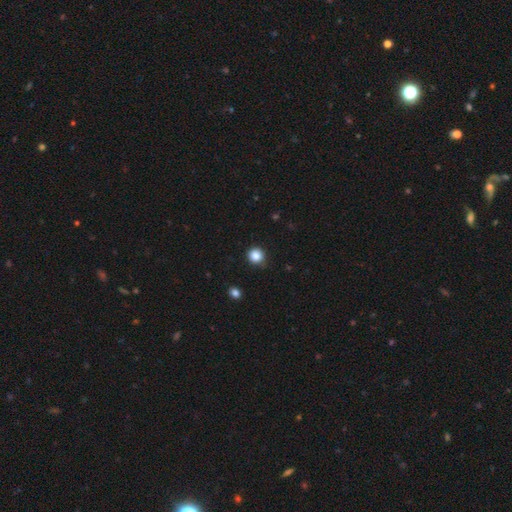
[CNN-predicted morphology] A smooth galaxy with no disk features (85%) that is round (91%).

Vote fractions:
- Smooth or featured? smooth: 85% / star or artifact: 11% / featured or disk: 3%
- How rounded? round: 91% / in between: 8% / cigar-shaped: 1%
- Merging? none: 87% / minor disturbance: 10% / major disturbance: 2% / merger: 1%